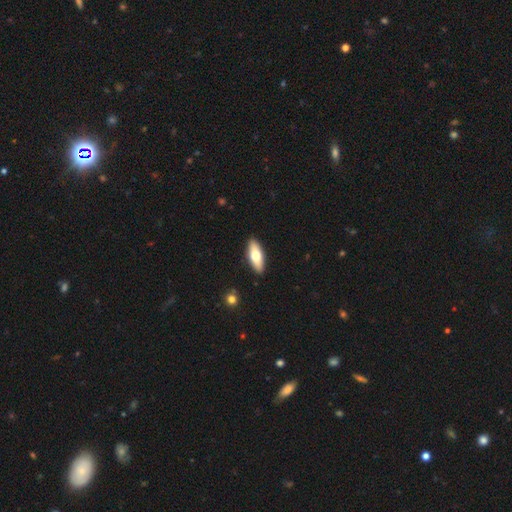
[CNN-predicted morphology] A smooth galaxy with no disk features (64%) that is in between round and cigar-shaped (69%).

Vote fractions:
- Smooth or featured? smooth: 64% / featured or disk: 30% / star or artifact: 5%
- How rounded? in between: 69% / cigar-shaped: 28% / round: 3%
- Merging? none: 90% / minor disturbance: 7% / major disturbance: 2% / merger: 1%